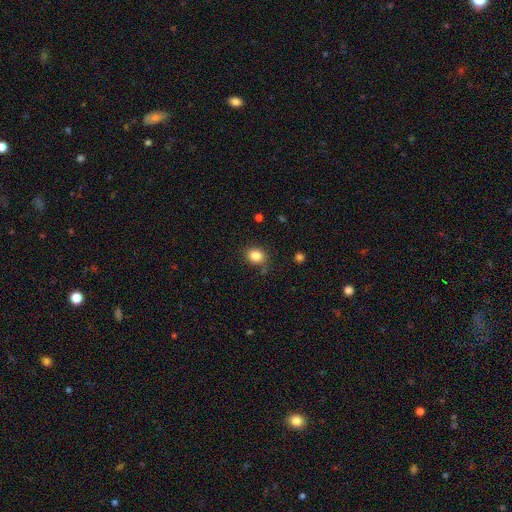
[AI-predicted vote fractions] smooth-or-featured: smooth: 84% | star or artifact: 11% | featured or disk: 5%
  how-rounded: round: 60% | in between: 39% | cigar-shaped: 1%
  merging: none: 82% | minor disturbance: 12% | major disturbance: 3% | merger: 3%